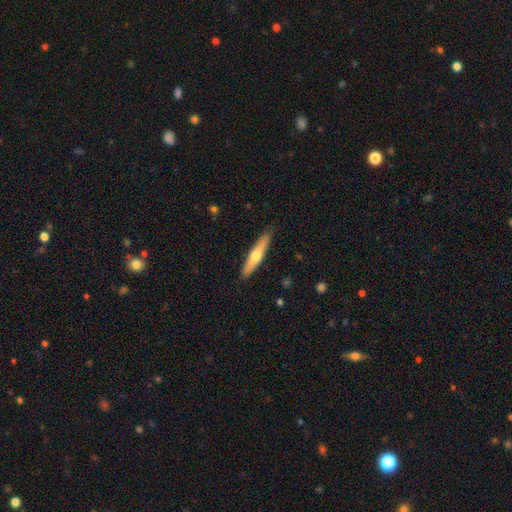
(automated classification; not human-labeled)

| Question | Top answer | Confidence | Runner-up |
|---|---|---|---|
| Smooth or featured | smooth | 49% | featured or disk (45%) |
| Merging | none | 89% | minor disturbance (9%) |